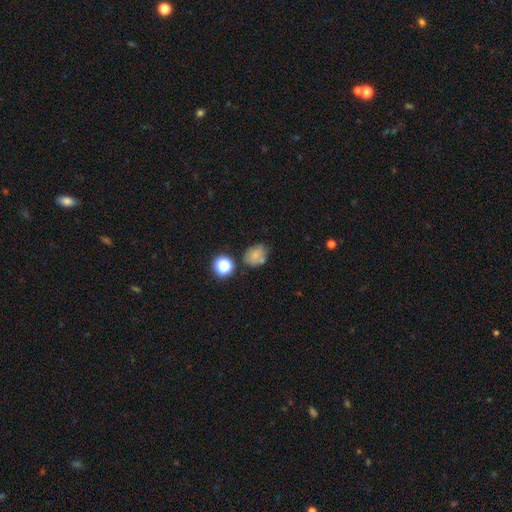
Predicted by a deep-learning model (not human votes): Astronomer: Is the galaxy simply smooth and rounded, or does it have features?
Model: smooth — 72%.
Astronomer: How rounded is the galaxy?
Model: in between — 52% (runner-up: round, 47%).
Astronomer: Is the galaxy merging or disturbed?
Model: none — 58%.